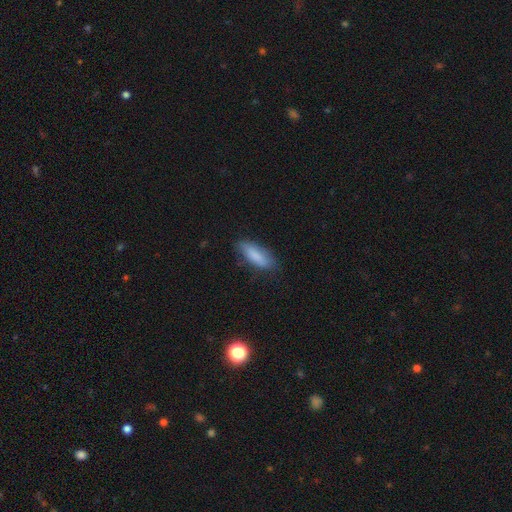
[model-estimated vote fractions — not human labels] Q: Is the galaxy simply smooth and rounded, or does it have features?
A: smooth — 83%.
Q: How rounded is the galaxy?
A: in between — 62%.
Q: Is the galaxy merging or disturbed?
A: none — 73%.